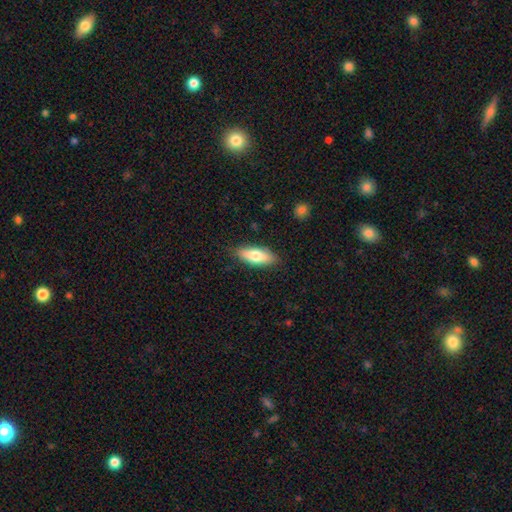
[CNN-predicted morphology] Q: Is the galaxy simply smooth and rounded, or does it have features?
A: smooth — 74%.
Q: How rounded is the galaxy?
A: in between — 72%.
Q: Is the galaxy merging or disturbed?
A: none — 86%.